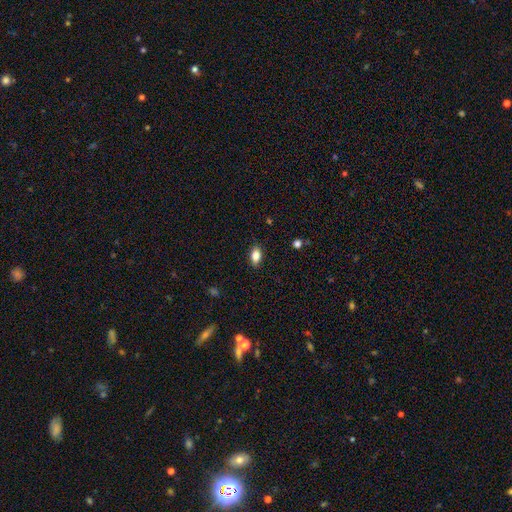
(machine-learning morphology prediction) smooth 82%, featured or disk 9%, star or artifact 8%. Down the decision tree: how rounded — in between (88%); merging — none (87%).